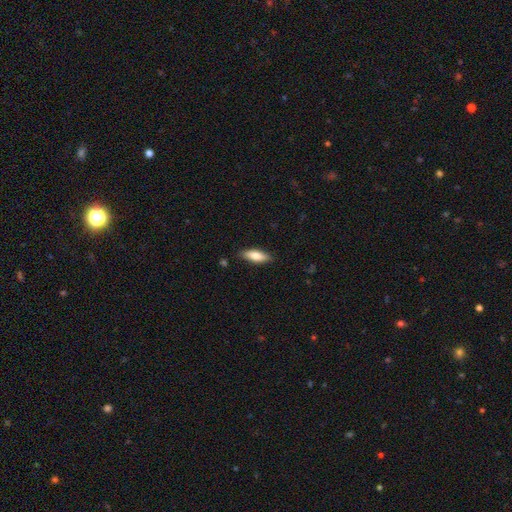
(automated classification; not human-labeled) This appears to be a smooth galaxy with no disk features (78%) that is in between round and cigar-shaped (67%). Merging: none (83%).